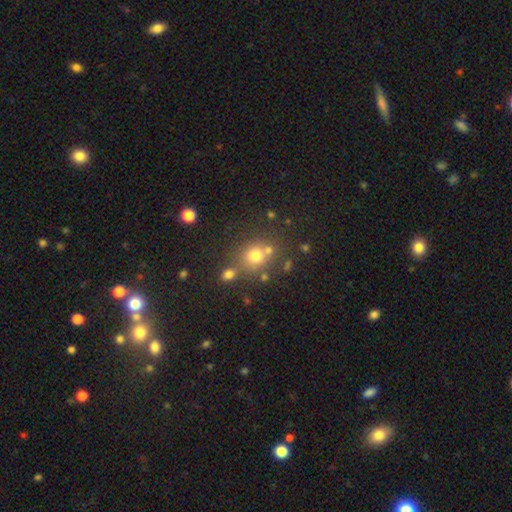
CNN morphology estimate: smooth_or_featured: smooth (p=0.70) [alt: star or artifact p=0.20]
how_rounded: round (p=0.83) [alt: in between p=0.16]
merging: none (p=0.64) [alt: merger p=0.21]